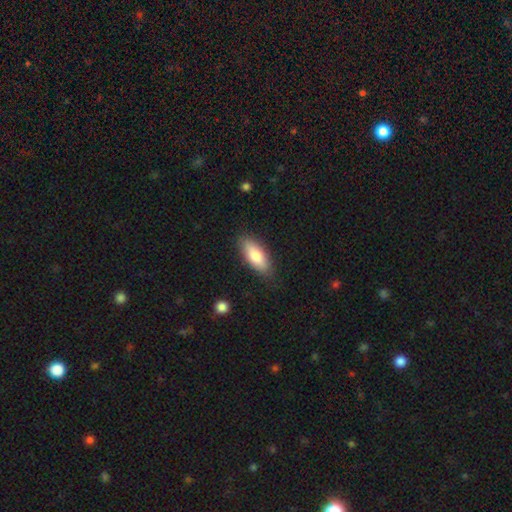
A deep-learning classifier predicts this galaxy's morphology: The model was most divided on "how rounded": in between: 78%, cigar-shaped: 20%, round: 2%. More confident: merging — none (85%); smooth or featured — smooth (79%).